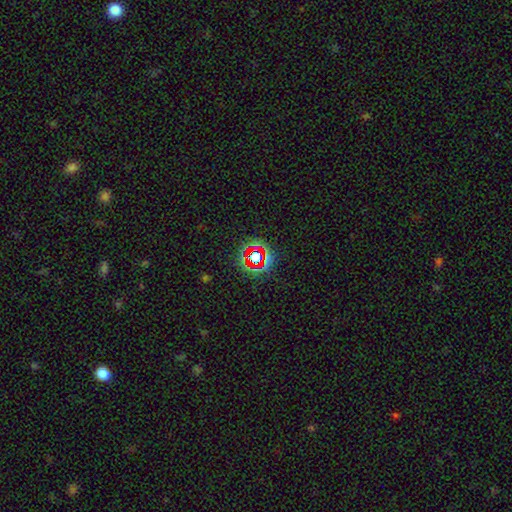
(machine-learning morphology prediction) Smooth or featured? Predicted: star or artifact (p=0.70).